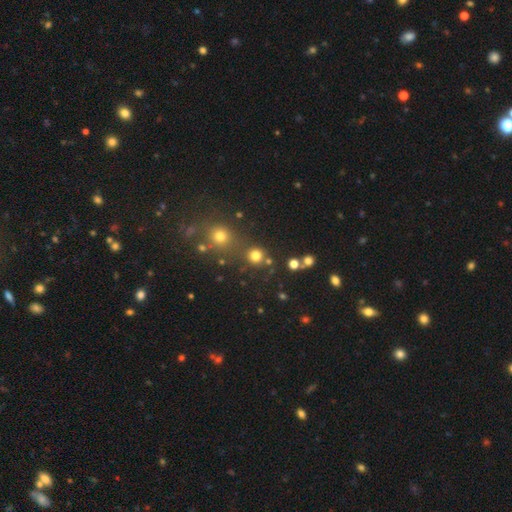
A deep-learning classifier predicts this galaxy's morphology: A smooth galaxy with no disk features (77%) that is round (92%).

Vote fractions:
- Smooth or featured? smooth: 77% / star or artifact: 18% / featured or disk: 6%
- How rounded? round: 92% / in between: 7% / cigar-shaped: 1%
- Merging? none: 75% / merger: 13% / minor disturbance: 8% / major disturbance: 4%